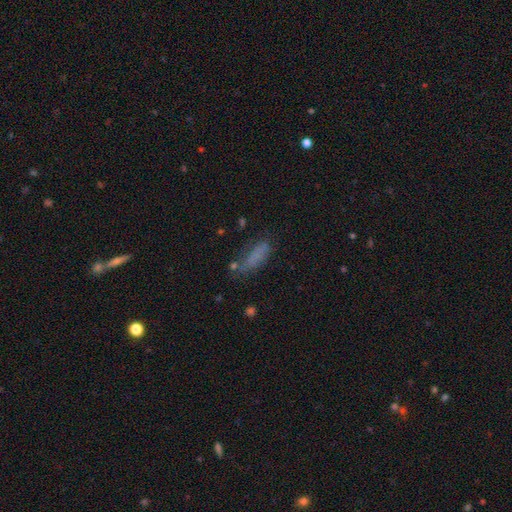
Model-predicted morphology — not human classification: This appears to be a smooth galaxy with no disk features (71%) that is in between round and cigar-shaped (53%). Merging: none (55%).